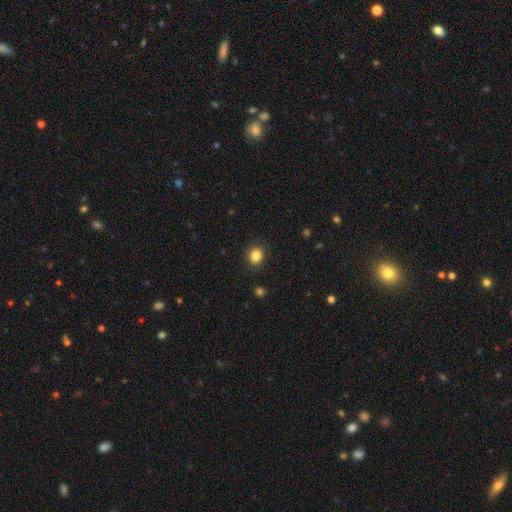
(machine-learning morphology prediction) Smooth or featured?
  - smooth: 84% *
  - star or artifact: 11%
  - featured or disk: 5%
How rounded?
  - round: 75% *
  - in between: 25%
  - cigar-shaped: 1%
Merging?
  - none: 88% *
  - minor disturbance: 8%
  - major disturbance: 2%
  - merger: 1%